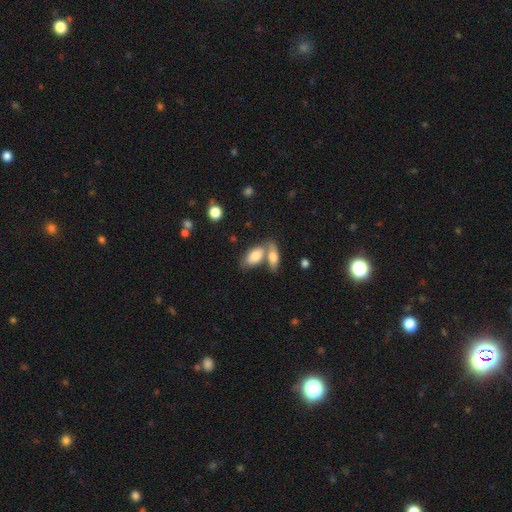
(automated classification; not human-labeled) A smooth galaxy with no disk features (76%) that is in between round and cigar-shaped (89%). Merging: merger (47%).